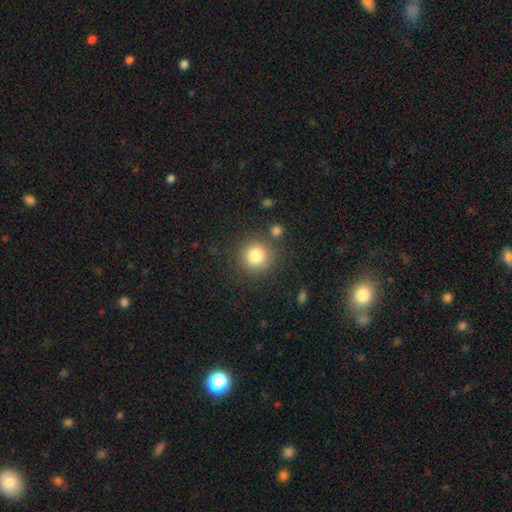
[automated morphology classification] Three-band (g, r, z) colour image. It shows a smooth galaxy with no disk features (81%) that is round (93%). Merging: none (82%).